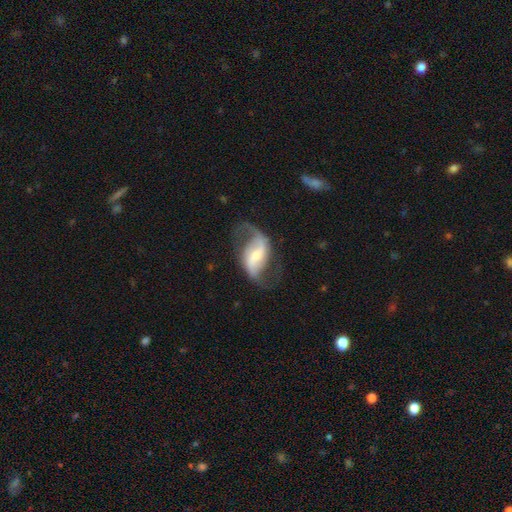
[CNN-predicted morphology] smooth_or_featured: featured or disk (p=0.86) [alt: smooth p=0.09]
disk_edge_on: no (p=0.97) [alt: yes p=0.03]
bar: strong (p=0.42) [alt: weak p=0.41]
has_spiral_arms: yes (p=0.95) [alt: no p=0.05]
spiral_winding: loose (p=0.70) [alt: medium p=0.25]
spiral_arm_count: 2 (p=0.91) [alt: 1 p=0.03]
bulge_size: small (p=0.42) [alt: moderate p=0.41]
merging: none (p=0.68) [alt: minor disturbance p=0.16]